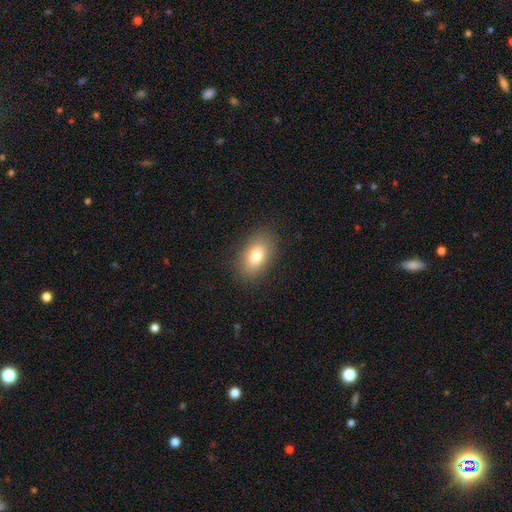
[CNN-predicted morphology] Q: Smooth or featured?
A: smooth (79%); runner-up: featured or disk (12%)
Q: How rounded?
A: in between (89%); runner-up: round (8%)
Q: Merging?
A: none (86%); runner-up: minor disturbance (10%)